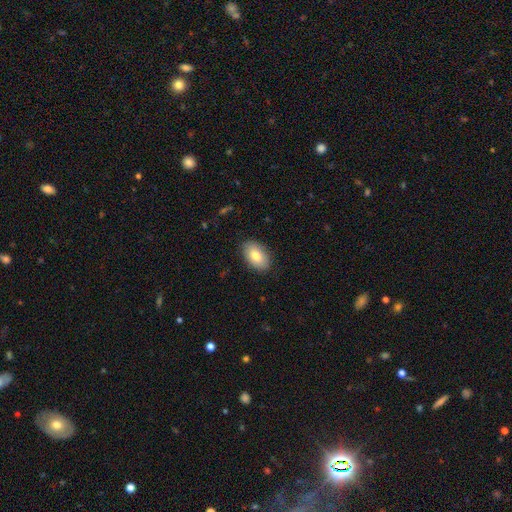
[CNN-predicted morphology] type=smooth (80%); roundness=in between (92%); merging=none (87%).